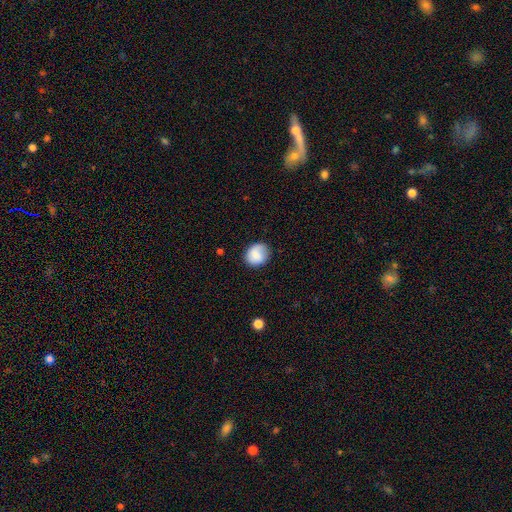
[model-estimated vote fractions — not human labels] A smooth galaxy with no disk features (81%) that is round (72%).

Vote fractions:
- Smooth or featured? smooth: 81% / featured or disk: 12% / star or artifact: 7%
- How rounded? round: 72% / in between: 27% / cigar-shaped: 1%
- Merging? none: 77% / minor disturbance: 17% / major disturbance: 4% / merger: 1%